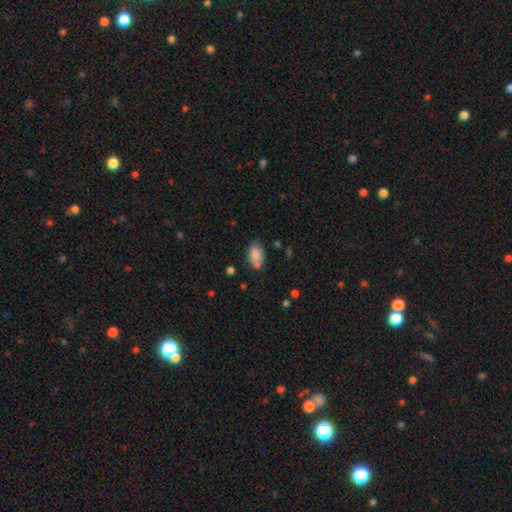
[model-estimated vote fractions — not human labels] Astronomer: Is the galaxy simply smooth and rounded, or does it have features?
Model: smooth — 83%.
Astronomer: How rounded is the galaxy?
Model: in between — 87%.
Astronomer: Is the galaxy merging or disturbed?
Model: none — 58%.